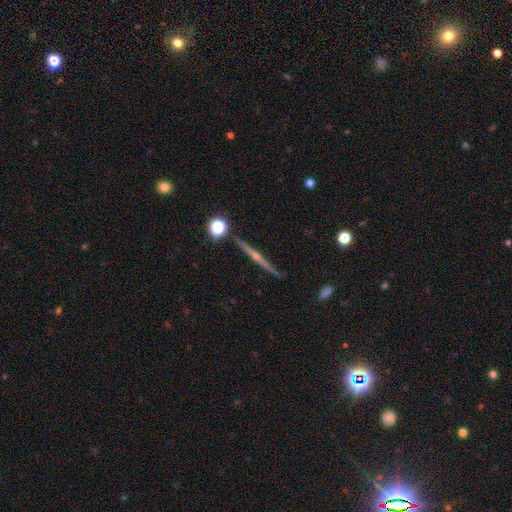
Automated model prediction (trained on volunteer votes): Smooth or featured? featured or disk (80%)
Edge-on disk? yes (98%)
Edge-on bulge? rounded (84%)
Merging? none (90%)